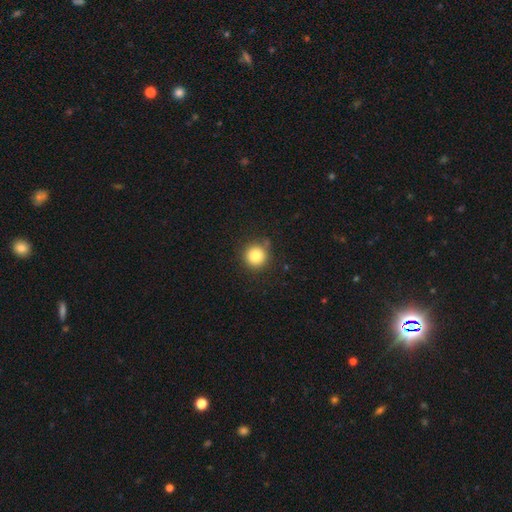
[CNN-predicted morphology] A smooth galaxy with no disk features (82%) that is round (95%). Merging: none (84%).